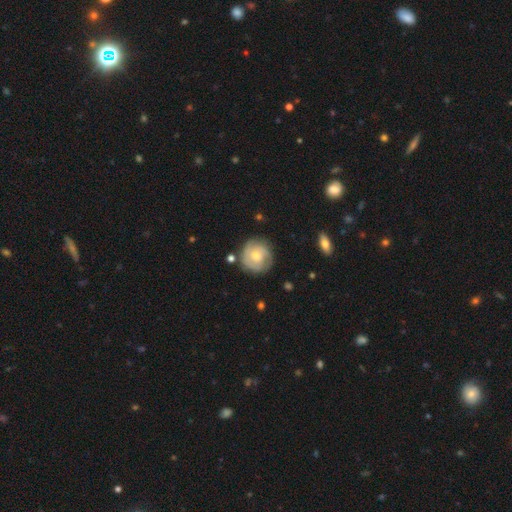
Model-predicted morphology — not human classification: smooth-or-featured: featured or disk: 51% | smooth: 42% | star or artifact: 6%
  disk-edge-on: no: 97% | yes: 3%
  merging: none: 75% | minor disturbance: 17% | major disturbance: 6% | merger: 3%